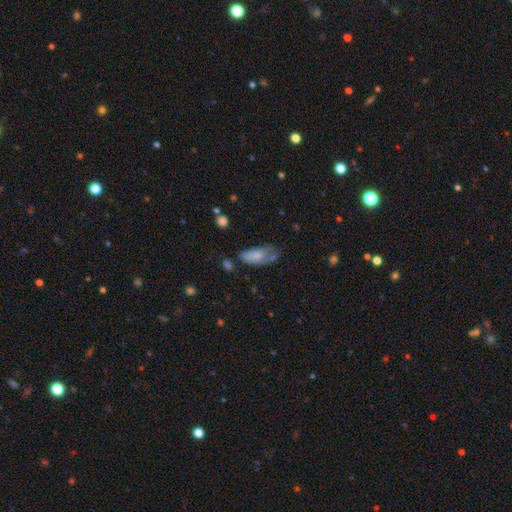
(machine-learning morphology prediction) This appears to be a smooth galaxy with no disk features (70%) that is in between round and cigar-shaped (85%). Merging: minor disturbance (34%, tied with none).